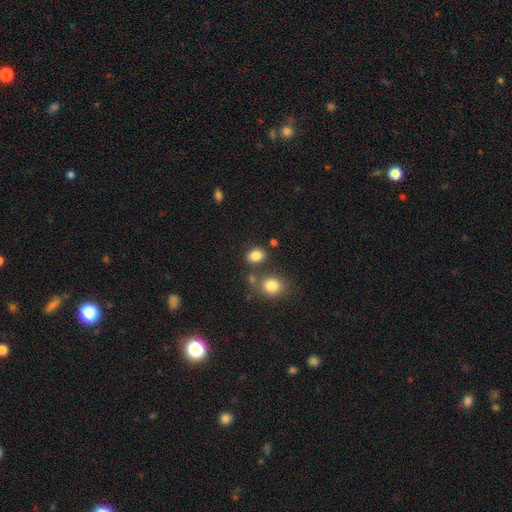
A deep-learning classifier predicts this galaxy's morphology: This appears to be a smooth galaxy with no disk features (83%) that is round (53%). Merging: none (73%).